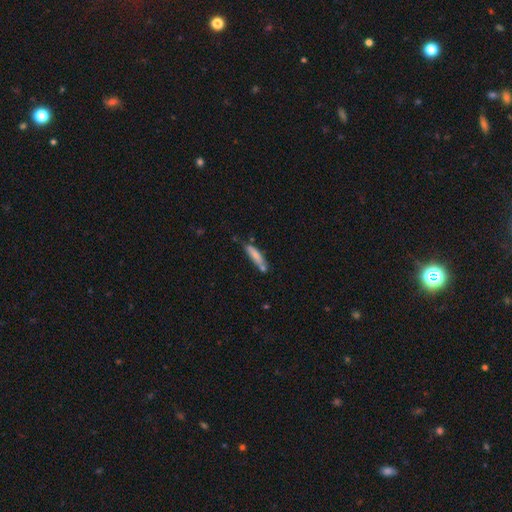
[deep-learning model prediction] A smooth galaxy with no disk features (74%) that is cigar-shaped (80%). Merging: none (57%).